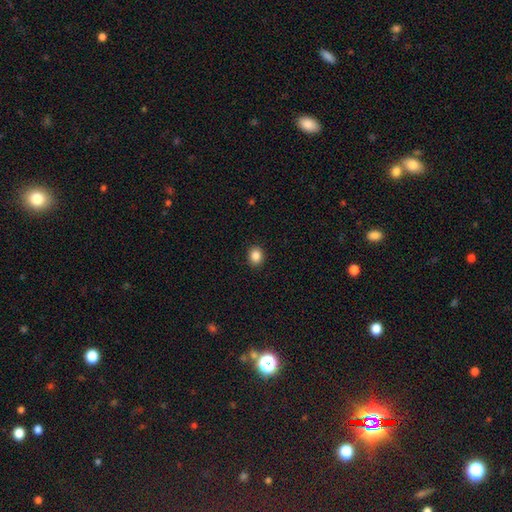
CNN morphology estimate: A smooth galaxy with no disk features (87%) that is round (62%). Merging: none (91%).